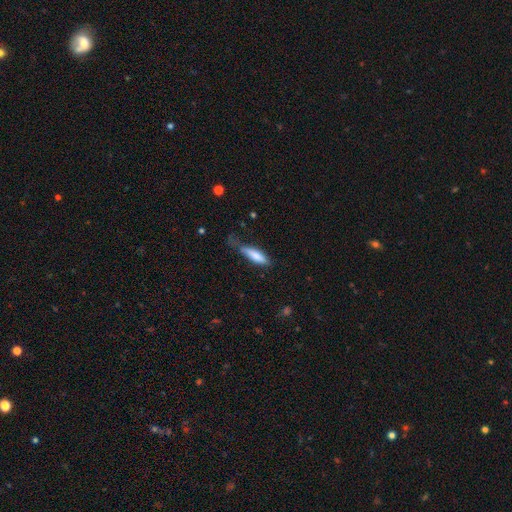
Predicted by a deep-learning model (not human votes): The model was most divided on "merging": none: 48%, minor disturbance: 34%, major disturbance: 15%, merger: 3%. More confident: smooth or featured — smooth (78%); how rounded — cigar-shaped (63%).